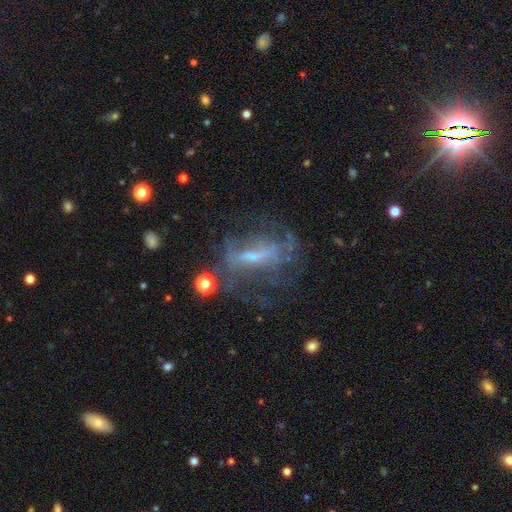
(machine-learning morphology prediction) Overall: featured or disk (70%). Edge-on disk: no (82%). Bar: strong (39%; weak 34%). Spiral arms: yes (57%; no 43%). Bulge size: small (63%; moderate 23%). Merging: none (51%; major disturbance 26%).